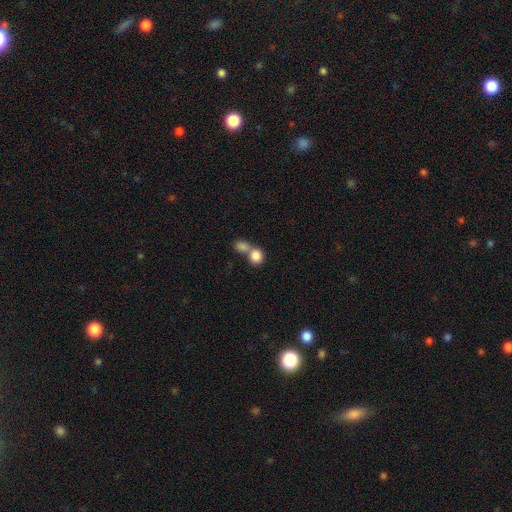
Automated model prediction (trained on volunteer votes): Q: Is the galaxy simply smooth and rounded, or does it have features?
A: smooth — 84%.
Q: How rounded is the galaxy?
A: round — 71%.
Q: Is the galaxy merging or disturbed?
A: merger — 60%.